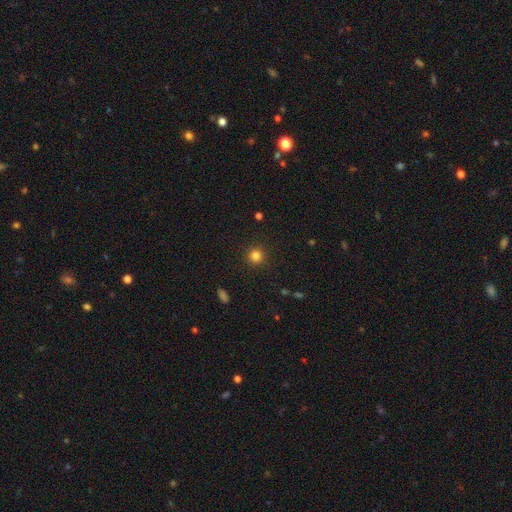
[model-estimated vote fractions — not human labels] smooth_or_featured: smooth (p=0.82) [alt: star or artifact p=0.13]
how_rounded: round (p=0.94) [alt: in between p=0.05]
merging: none (p=0.92) [alt: minor disturbance p=0.05]